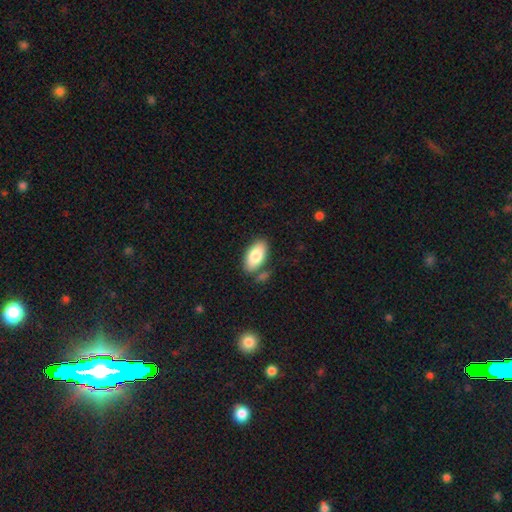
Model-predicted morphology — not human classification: smooth-or-featured: smooth: 82% | featured or disk: 12% | star or artifact: 6%
  how-rounded: in between: 94% | cigar-shaped: 4% | round: 3%
  merging: none: 75% | minor disturbance: 12% | merger: 9% | major disturbance: 3%